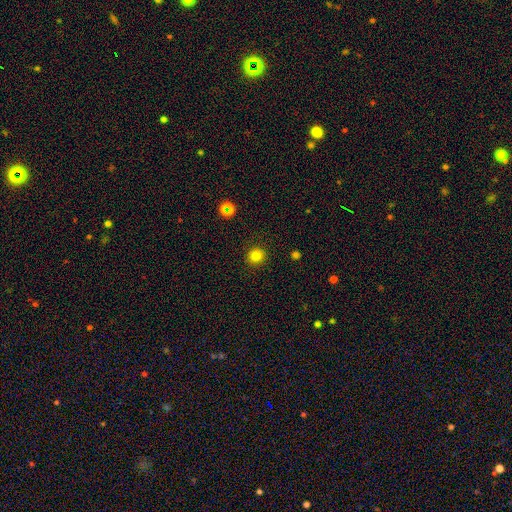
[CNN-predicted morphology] Smooth or featured? Predicted: smooth (p=0.81). How rounded? Predicted: round (p=0.92). Merging? Predicted: none (p=0.92).